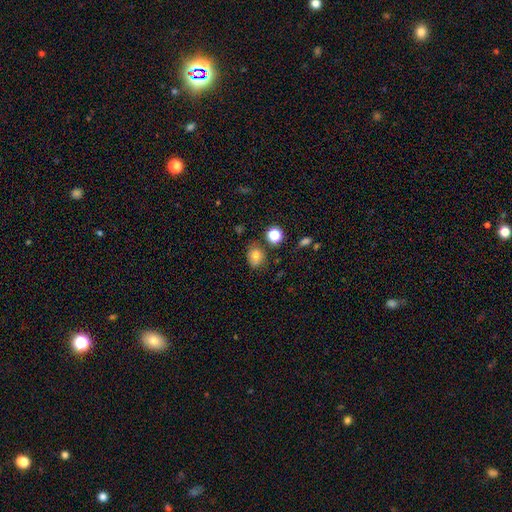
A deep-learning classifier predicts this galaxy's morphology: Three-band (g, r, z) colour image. It shows a smooth galaxy with no disk features (75%) that is round (50%). Merging: none (72%).